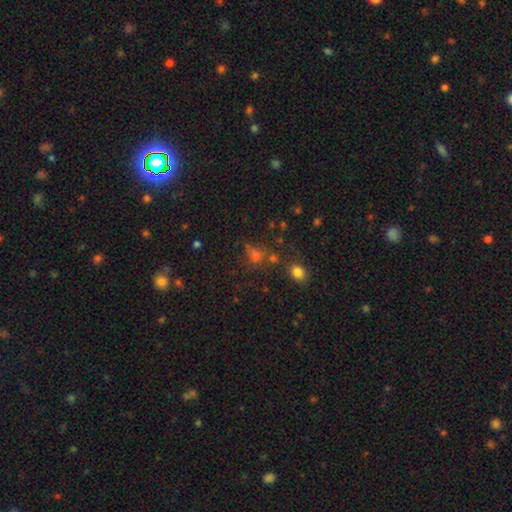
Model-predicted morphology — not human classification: Smooth or featured? Predicted: smooth (p=0.53). How rounded? Predicted: round (p=0.61). Merging? Predicted: none (p=0.57).